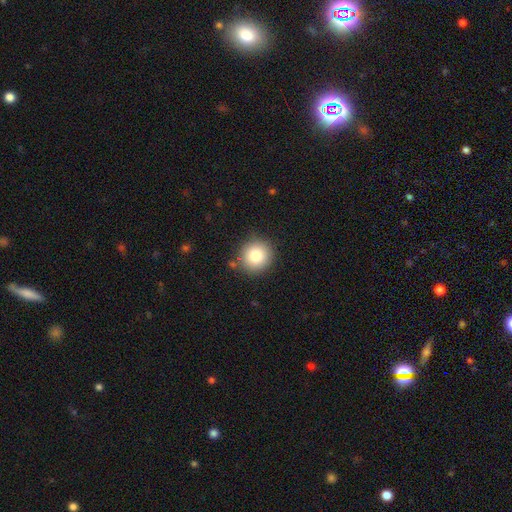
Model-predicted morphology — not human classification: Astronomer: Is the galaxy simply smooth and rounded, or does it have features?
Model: smooth — 81%.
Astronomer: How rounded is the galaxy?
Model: round — 92%.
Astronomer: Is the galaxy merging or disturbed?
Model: none — 87%.